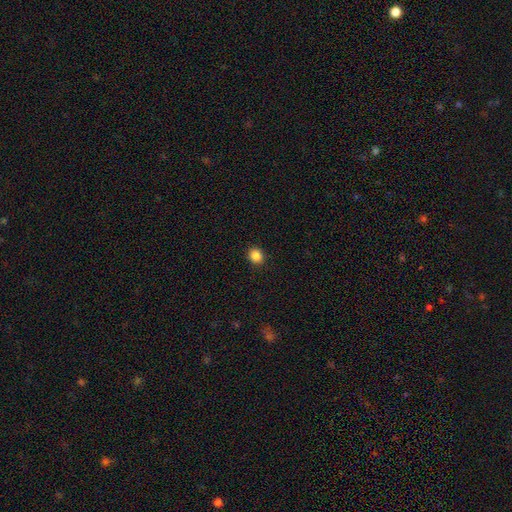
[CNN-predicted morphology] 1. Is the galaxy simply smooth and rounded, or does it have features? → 87% smooth, 10% star or artifact, 3% featured or disk.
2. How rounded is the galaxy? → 77% round, 22% in between, 1% cigar-shaped.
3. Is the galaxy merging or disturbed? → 91% none, 6% minor disturbance, 2% major disturbance, 1% merger.